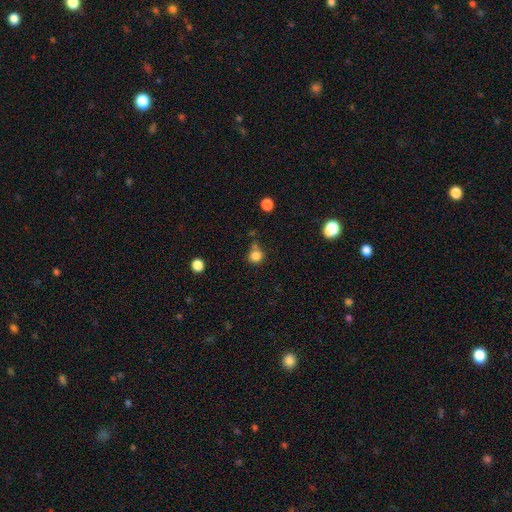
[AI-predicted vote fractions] Smooth or featured? smooth (82%)
How rounded? round (89%)
Merging? none (63%)